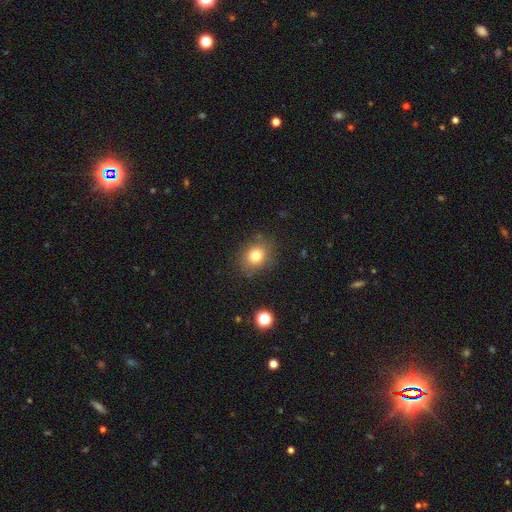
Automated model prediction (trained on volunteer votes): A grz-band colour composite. It shows a smooth galaxy with no disk features (79%) that is round (61%). Merging: none (83%).